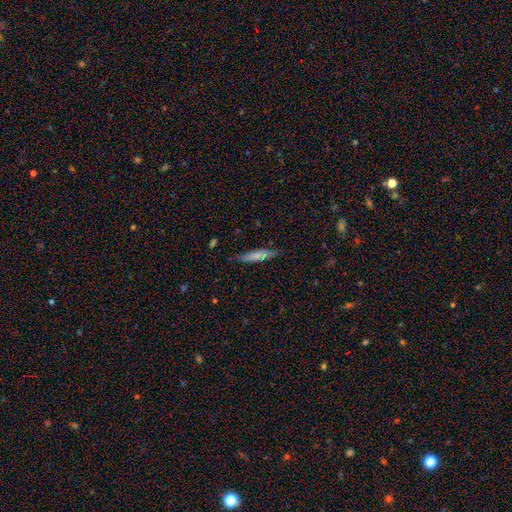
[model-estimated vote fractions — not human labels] smooth_or_featured: smooth (p=0.63) [alt: featured or disk p=0.30]
how_rounded: cigar-shaped (p=0.88) [alt: in between p=0.11]
merging: none (p=0.86) [alt: minor disturbance p=0.11]